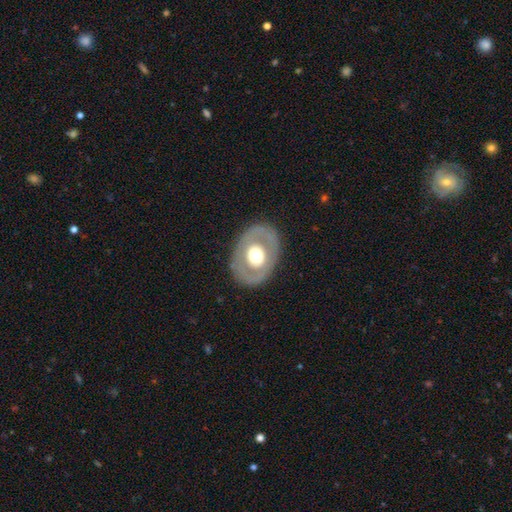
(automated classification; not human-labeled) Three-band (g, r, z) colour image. It shows a featured or disk galaxy (52%). Merging: none (83%).